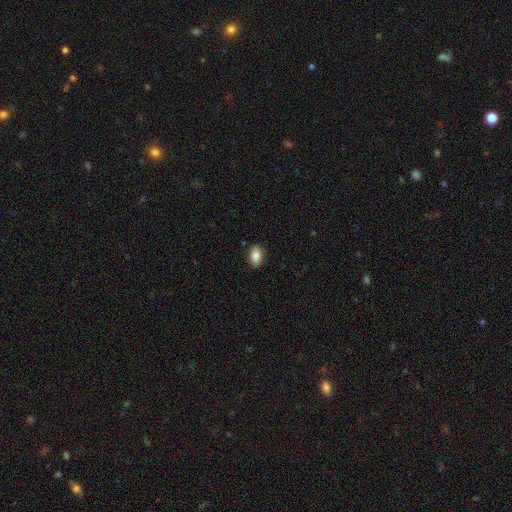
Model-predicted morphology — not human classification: Smooth or featured? Predicted: smooth (p=0.85). How rounded? Predicted: in between (p=0.90). Merging? Predicted: none (p=0.87).